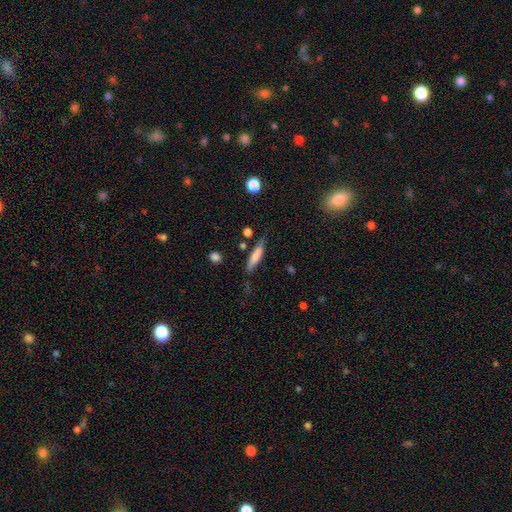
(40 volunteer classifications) A smooth galaxy with no disk features (57%) that is cigar-shaped (96%). Merging: none (50%).